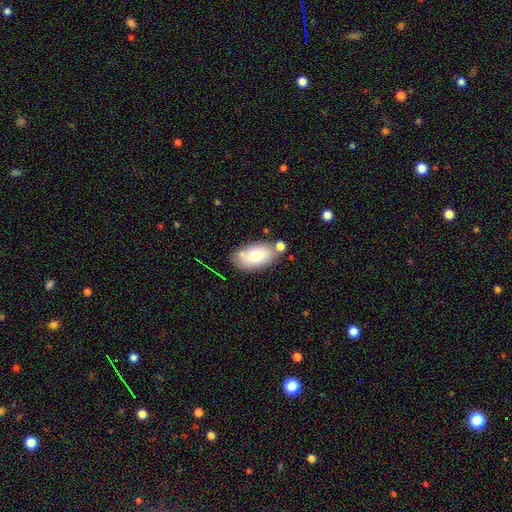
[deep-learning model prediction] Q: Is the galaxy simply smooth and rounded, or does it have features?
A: smooth — 73%.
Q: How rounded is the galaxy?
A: in between — 93%.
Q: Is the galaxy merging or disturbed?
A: none — 70%.